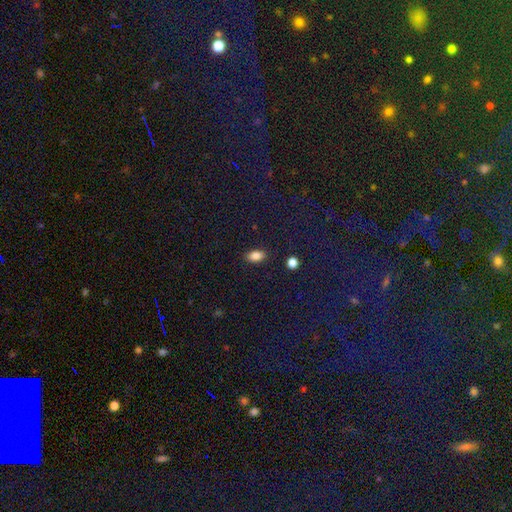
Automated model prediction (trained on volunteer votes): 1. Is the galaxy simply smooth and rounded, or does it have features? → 85% smooth, 9% star or artifact, 6% featured or disk.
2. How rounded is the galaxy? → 90% in between, 7% round, 3% cigar-shaped.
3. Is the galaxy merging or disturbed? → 87% none, 9% minor disturbance, 2% major disturbance, 2% merger.